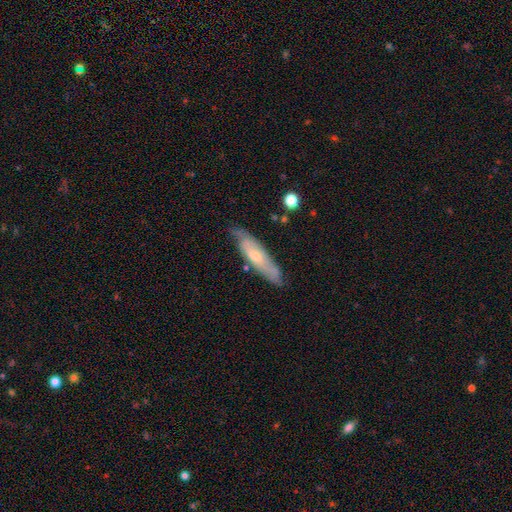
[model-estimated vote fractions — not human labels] The model was most divided on "smooth or featured": featured or disk: 54%, smooth: 40%, star or artifact: 6%. More confident: merging — none (70%); edge-on disk — no (57%).